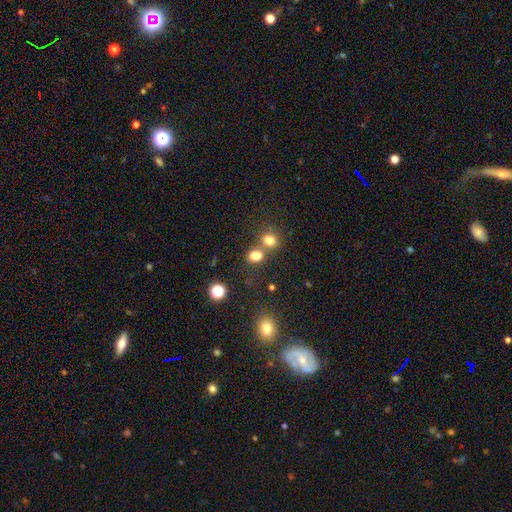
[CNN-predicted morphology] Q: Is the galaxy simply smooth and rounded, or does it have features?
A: smooth — 78%.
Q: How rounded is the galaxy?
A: round — 51%.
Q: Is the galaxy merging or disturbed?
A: none — 49%.